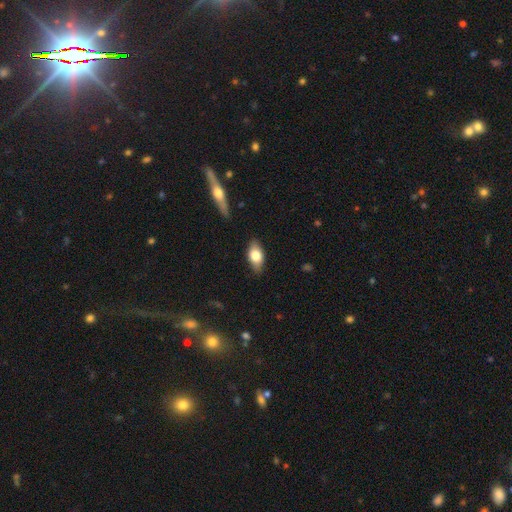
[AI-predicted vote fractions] Overall: smooth (71%). How rounded: in between (87%). Merging: none (85%).